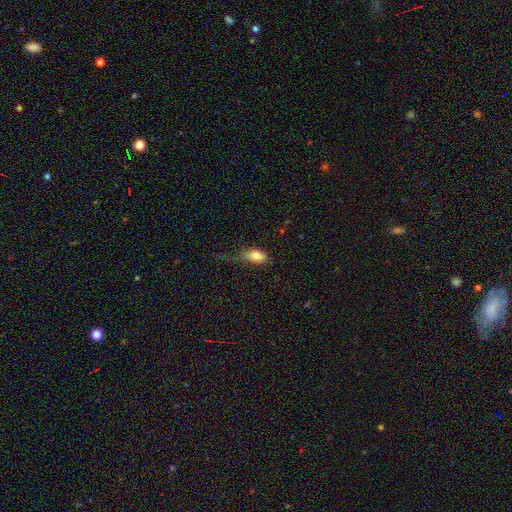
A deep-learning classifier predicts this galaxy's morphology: The model was most divided on "merging": none: 40%, minor disturbance: 31%, major disturbance: 26%, merger: 3%. More confident: how rounded — in between (88%); smooth or featured — smooth (81%).